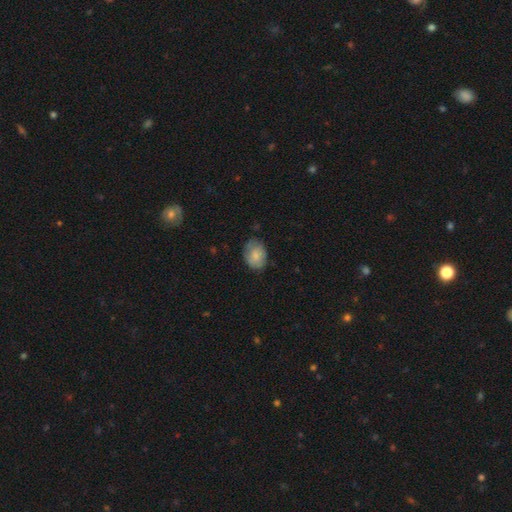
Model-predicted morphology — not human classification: Smooth or featured?
  - smooth: 78% *
  - featured or disk: 15%
  - star or artifact: 7%
How rounded?
  - in between: 67% *
  - round: 32%
  - cigar-shaped: 1%
Merging?
  - none: 68% *
  - minor disturbance: 25%
  - major disturbance: 5%
  - merger: 1%